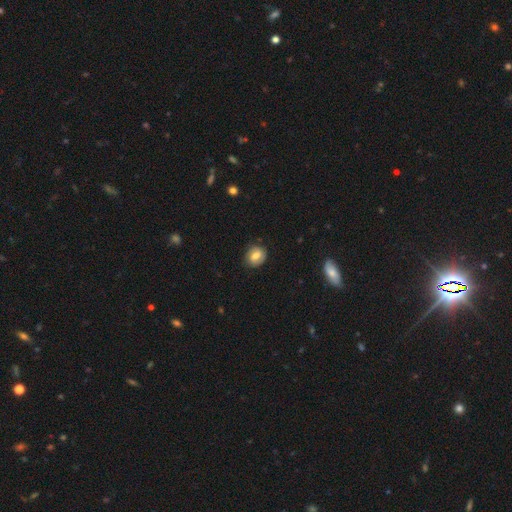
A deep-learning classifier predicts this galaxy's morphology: Overall: smooth (63%; featured or disk 28%). How rounded: round (56%; in between 43%). Merging: none (79%).